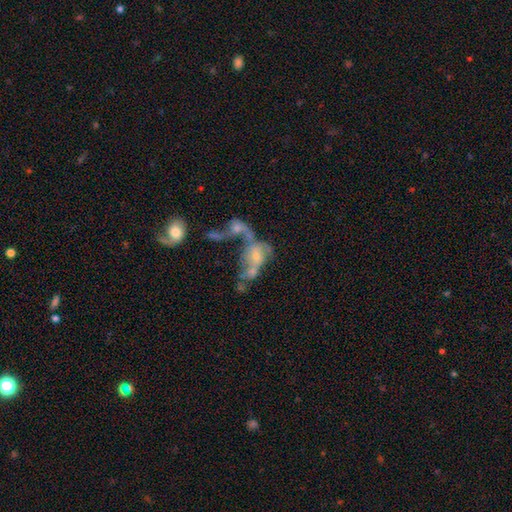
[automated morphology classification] Q: Smooth or featured?
A: featured or disk (50%); runner-up: smooth (38%)
Q: Merging?
A: merger (68%); runner-up: major disturbance (15%)